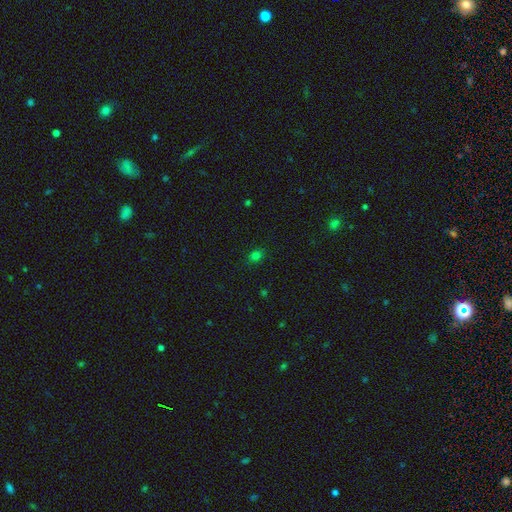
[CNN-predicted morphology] A smooth galaxy with no disk features (77%) that is round (57%).

Vote fractions:
- Smooth or featured? smooth: 77% / star or artifact: 18% / featured or disk: 5%
- How rounded? round: 57% / in between: 42% / cigar-shaped: 1%
- Merging? none: 88% / minor disturbance: 9% / major disturbance: 2% / merger: 1%